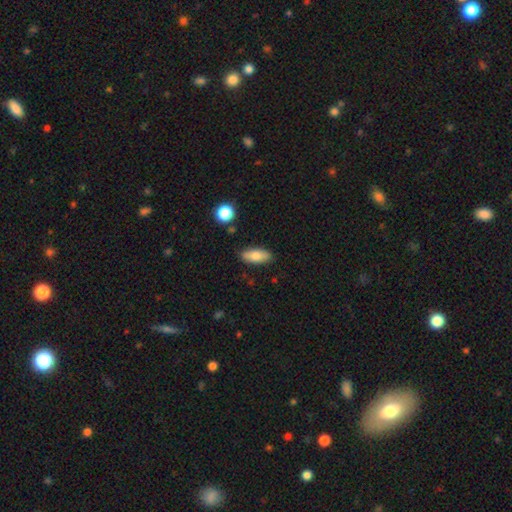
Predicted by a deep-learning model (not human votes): A smooth galaxy with no disk features (79%) that is in between round and cigar-shaped (81%). Merging: none (85%).